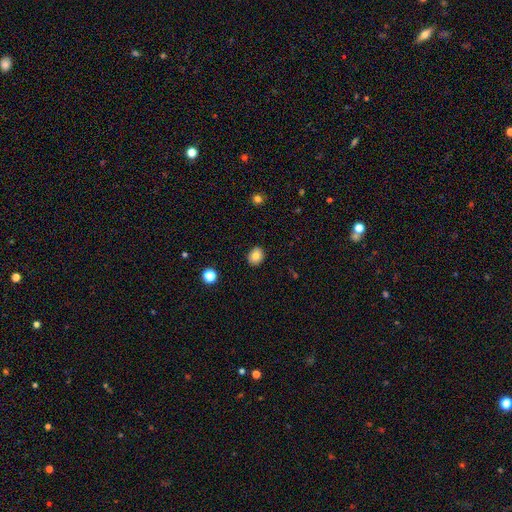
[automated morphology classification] Q: Smooth or featured?
A: smooth (82%); runner-up: star or artifact (10%)
Q: How rounded?
A: round (62%); runner-up: in between (37%)
Q: Merging?
A: none (89%); runner-up: minor disturbance (8%)